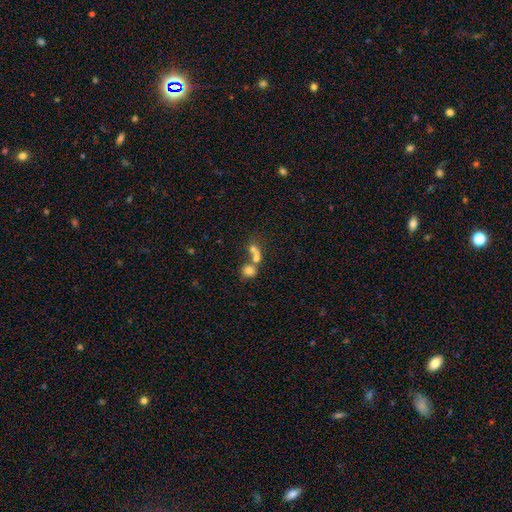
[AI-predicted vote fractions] smooth 61%, featured or disk 20%, star or artifact 20%. Down the decision tree: how rounded — round (55%); merging — merger (57%).